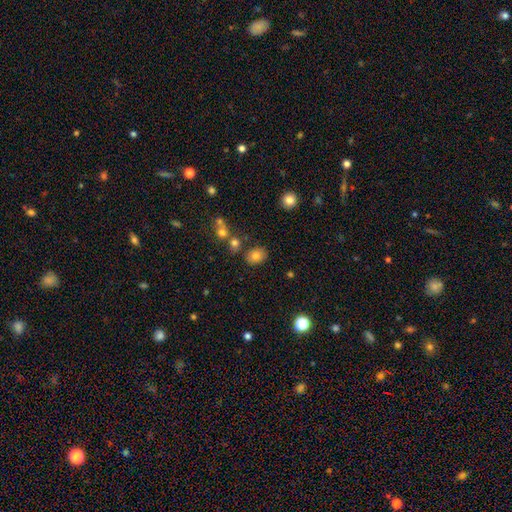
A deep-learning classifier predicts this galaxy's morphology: A smooth galaxy with no disk features (78%) that is in between round and cigar-shaped (59%). Merging: none (80%).